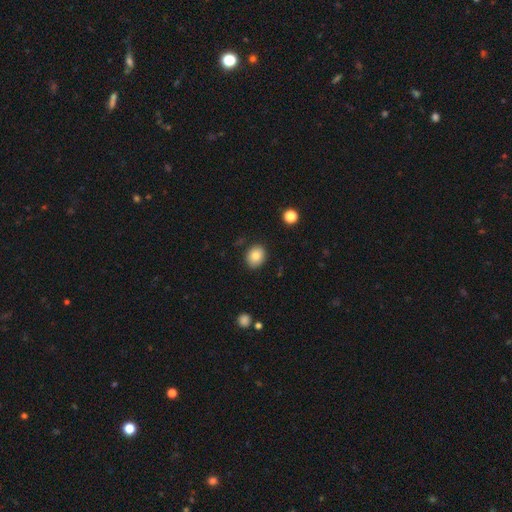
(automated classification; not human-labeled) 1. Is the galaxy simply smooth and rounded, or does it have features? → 84% smooth, 9% star or artifact, 7% featured or disk.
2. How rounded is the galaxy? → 50% round, 49% in between, 1% cigar-shaped.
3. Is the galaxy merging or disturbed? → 85% none, 11% minor disturbance, 3% major disturbance, 2% merger.